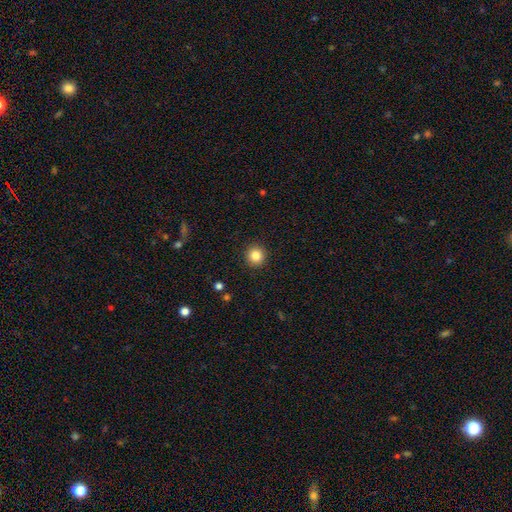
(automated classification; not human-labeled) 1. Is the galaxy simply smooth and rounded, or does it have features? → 84% smooth, 11% star or artifact, 5% featured or disk.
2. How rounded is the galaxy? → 94% round, 5% in between, 1% cigar-shaped.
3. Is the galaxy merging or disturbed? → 92% none, 5% minor disturbance, 2% major disturbance, 1% merger.